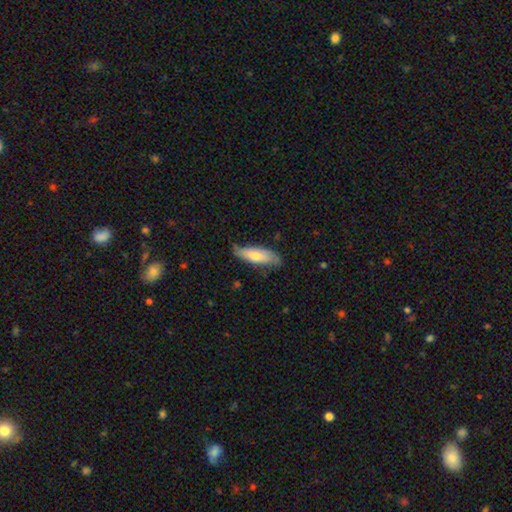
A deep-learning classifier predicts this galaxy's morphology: Overall: smooth (51%; featured or disk 42%). How rounded: in between (55%; cigar-shaped 43%). Merging: none (73%).